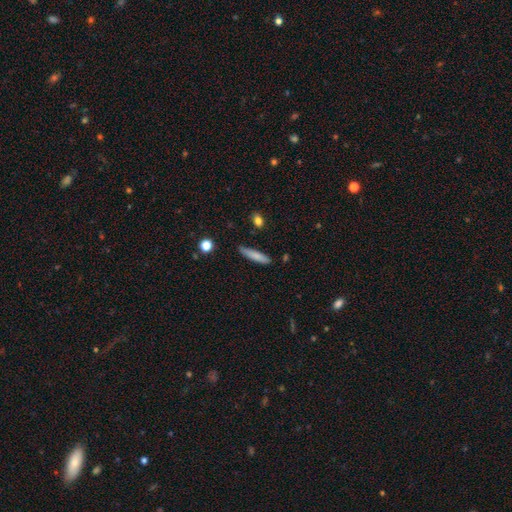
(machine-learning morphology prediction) smooth-or-featured: smooth: 77% | featured or disk: 16% | star or artifact: 7%
  how-rounded: cigar-shaped: 84% | in between: 15% | round: 2%
  merging: none: 79% | minor disturbance: 16% | major disturbance: 3% | merger: 2%